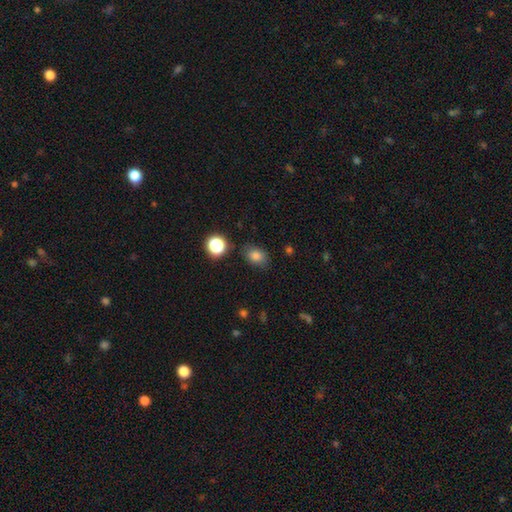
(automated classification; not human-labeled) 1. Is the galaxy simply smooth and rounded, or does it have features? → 80% smooth, 13% star or artifact, 7% featured or disk.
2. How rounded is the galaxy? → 64% in between, 35% round, 1% cigar-shaped.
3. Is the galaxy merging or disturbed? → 79% none, 15% minor disturbance, 4% major disturbance, 3% merger.